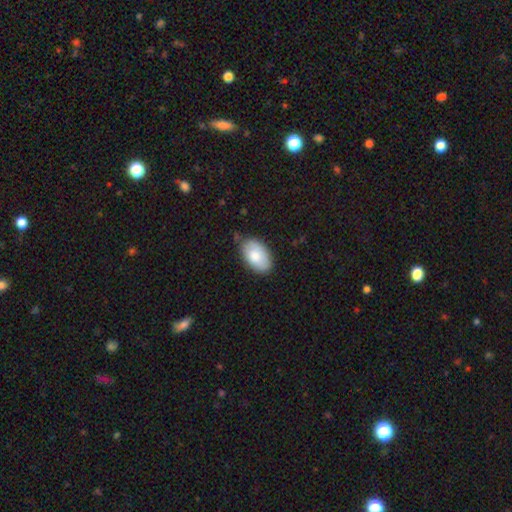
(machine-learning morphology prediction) A smooth galaxy with no disk features (80%) that is in between round and cigar-shaped (94%). Merging: none (79%).